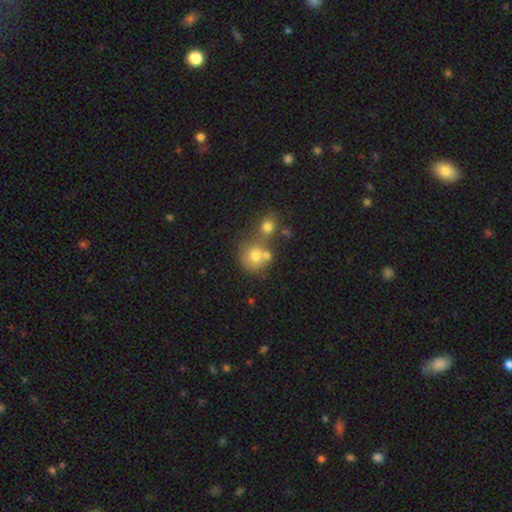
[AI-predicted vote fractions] smooth_or_featured: smooth (p=0.70) [alt: featured or disk p=0.18]
how_rounded: round (p=0.83) [alt: in between p=0.16]
merging: merger (p=0.49) [alt: none p=0.36]